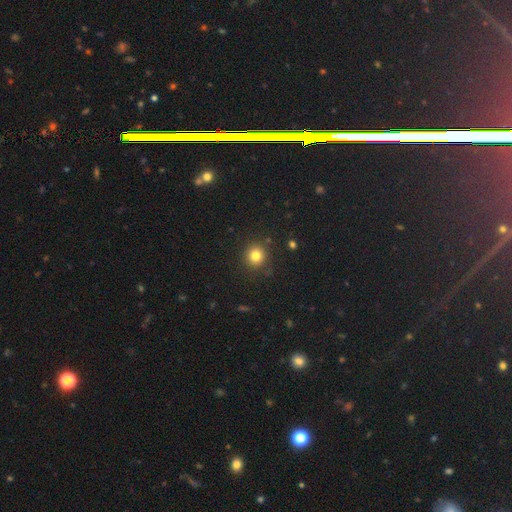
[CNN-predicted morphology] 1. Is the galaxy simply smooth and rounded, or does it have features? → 81% smooth, 13% star or artifact, 6% featured or disk.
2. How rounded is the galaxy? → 90% round, 9% in between, 1% cigar-shaped.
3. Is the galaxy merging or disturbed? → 88% none, 7% minor disturbance, 3% major disturbance, 2% merger.